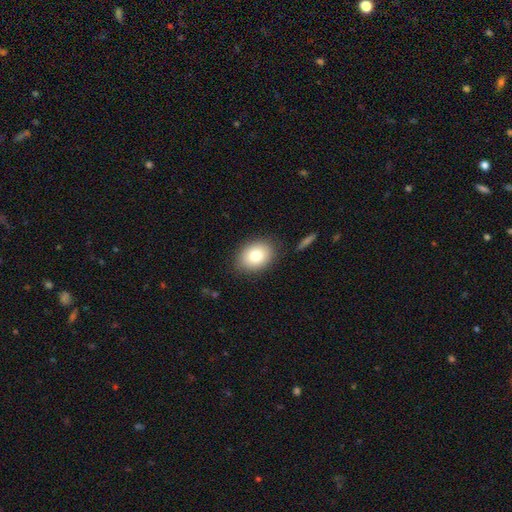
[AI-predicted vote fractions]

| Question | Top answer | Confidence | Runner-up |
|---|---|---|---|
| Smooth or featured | smooth | 80% | featured or disk (12%) |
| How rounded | in between | 65% | round (34%) |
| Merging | none | 85% | minor disturbance (10%) |